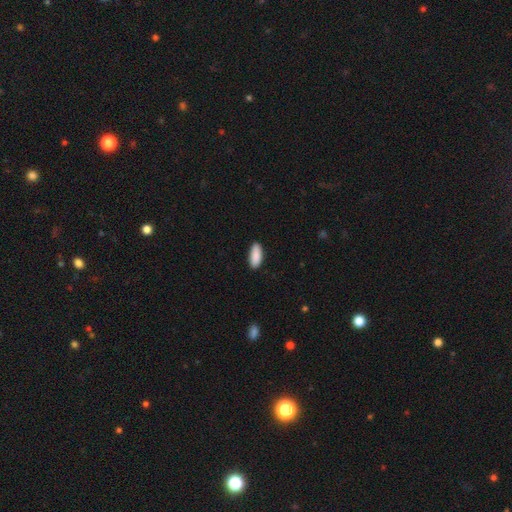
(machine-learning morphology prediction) Smooth or featured? smooth (91%)
How rounded? in between (83%)
Merging? none (88%)